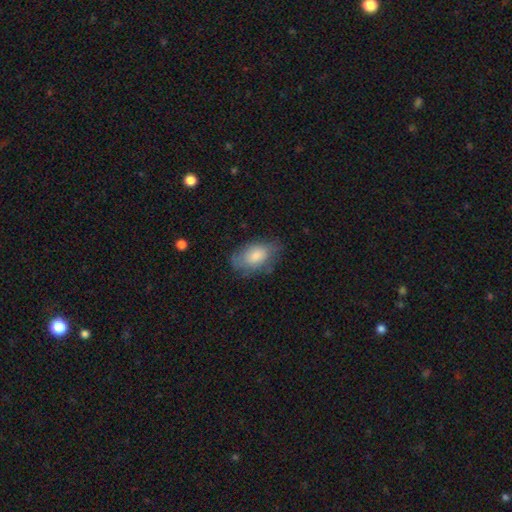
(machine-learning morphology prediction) The model was most divided on "merging": none: 65%, minor disturbance: 25%, major disturbance: 9%, merger: 1%. More confident: how rounded — in between (90%); smooth or featured — smooth (70%).